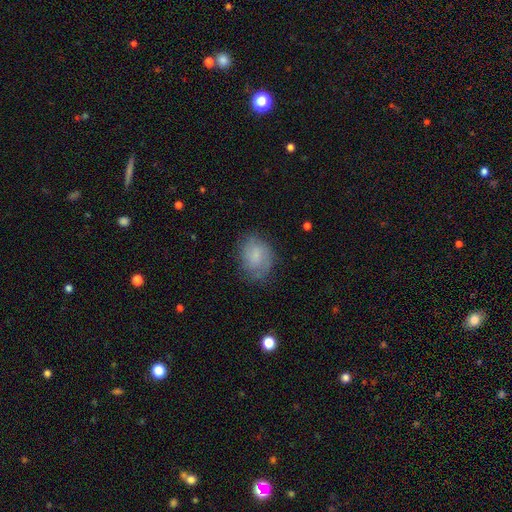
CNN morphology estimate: Smooth or featured? Predicted: smooth (p=0.55). How rounded? Predicted: in between (p=0.53). Merging? Predicted: none (p=0.66).